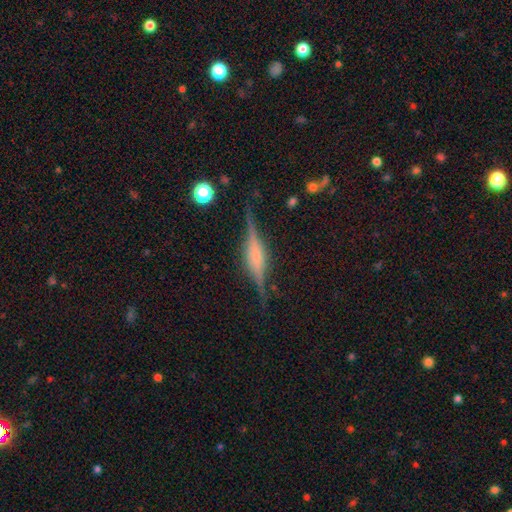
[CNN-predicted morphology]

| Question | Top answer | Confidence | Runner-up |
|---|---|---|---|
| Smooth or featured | featured or disk | 80% | smooth (11%) |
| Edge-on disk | yes | 97% | no (3%) |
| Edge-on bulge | rounded | 59% | boxy (35%) |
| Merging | none | 84% | minor disturbance (11%) |